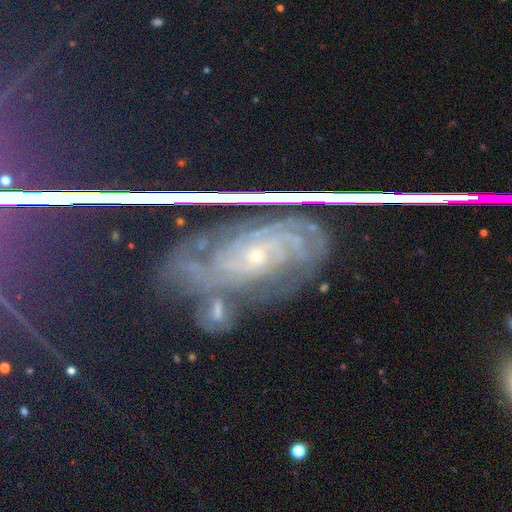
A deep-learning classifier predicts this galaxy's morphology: A featured or disk galaxy (71%) with no bar (70%), tight (73%) spiral arms (97%) and a small central bulge (78%).

Vote fractions:
- Smooth or featured? featured or disk: 71% / star or artifact: 20% / smooth: 9%
- Edge-on disk? no: 94% / yes: 6%
- Bar? no: 70% / weak: 22% / strong: 9%
- Spiral arms? yes: 97% / no: 3%
- Spiral winding? tight: 73% / medium: 21% / loose: 6%
- Spiral arm count? can't tell: 27% / 2: 25% / 3: 18% / 4: 12% / more than 4: 10% / 1: 9%
- Bulge size? small: 78% / moderate: 18% / none: 1% / large: 1% / dominant: 1%
- Merging? none: 69% / minor disturbance: 19% / major disturbance: 8% / merger: 4%